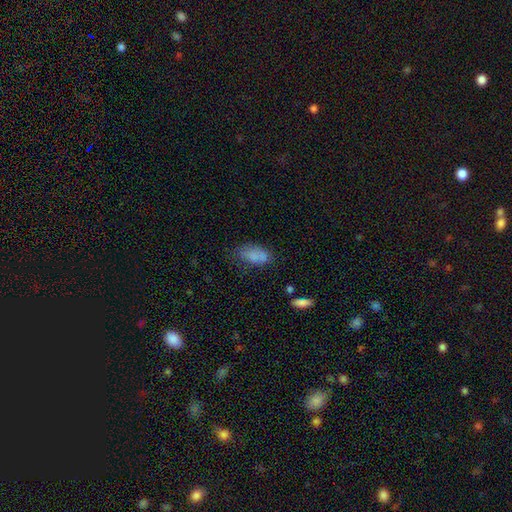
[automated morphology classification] Smooth or featured?
  - smooth: 73% *
  - featured or disk: 18%
  - star or artifact: 9%
How rounded?
  - in between: 91% *
  - round: 5%
  - cigar-shaped: 4%
Merging?
  - none: 52% *
  - minor disturbance: 26%
  - merger: 12%
  - major disturbance: 11%